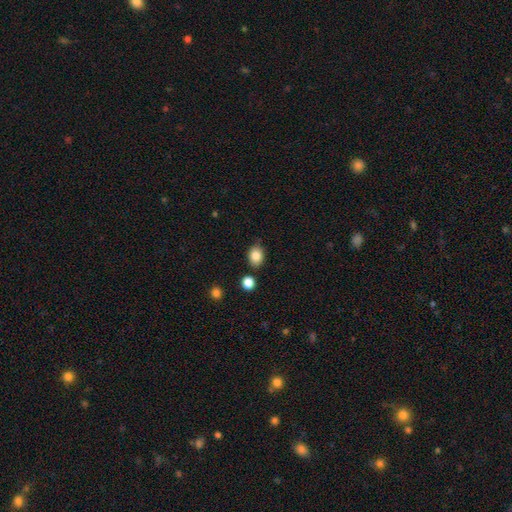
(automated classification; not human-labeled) Smooth or featured: smooth — 85% (star or artifact — 9%)
How rounded: in between — 61% (round — 38%)
Merging: none — 78% (minor disturbance — 14%)